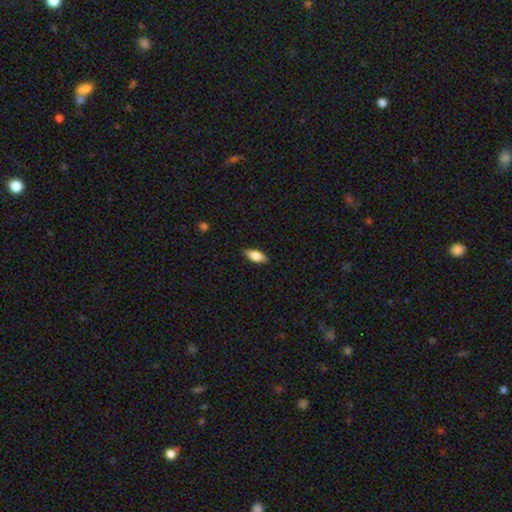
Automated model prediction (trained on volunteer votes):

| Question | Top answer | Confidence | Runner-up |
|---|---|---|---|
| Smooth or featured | smooth | 71% | featured or disk (23%) |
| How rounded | in between | 80% | cigar-shaped (17%) |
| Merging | none | 87% | minor disturbance (10%) |